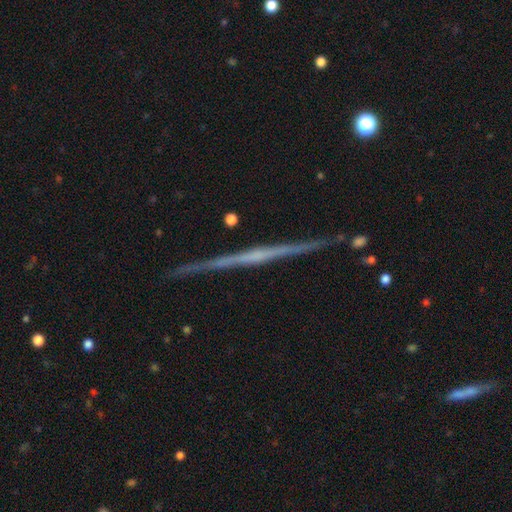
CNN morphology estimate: Q: Smooth or featured?
A: featured or disk (79%); runner-up: smooth (15%)
Q: Edge-on disk?
A: yes (98%); runner-up: no (2%)
Q: Edge-on bulge?
A: none (69%); runner-up: rounded (22%)
Q: Merging?
A: none (91%); runner-up: minor disturbance (6%)